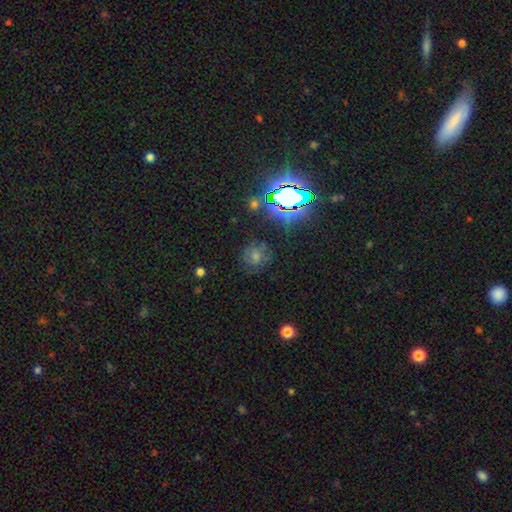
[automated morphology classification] A smooth galaxy with no disk features (50%) that is round (81%). Merging: none (71%).